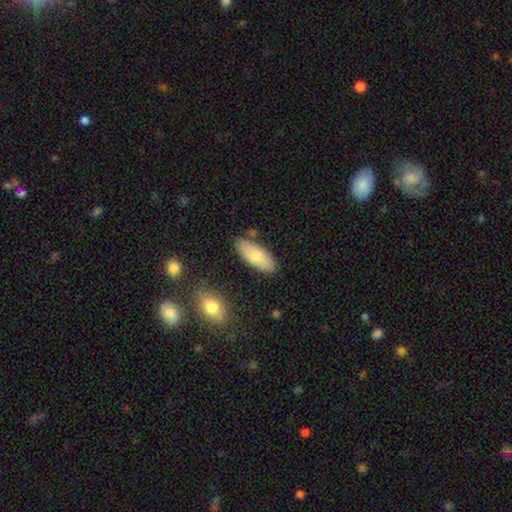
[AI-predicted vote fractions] smooth_or_featured: smooth (p=0.80) [alt: featured or disk p=0.14]
how_rounded: in between (p=0.83) [alt: cigar-shaped p=0.15]
merging: none (p=0.81) [alt: minor disturbance p=0.13]